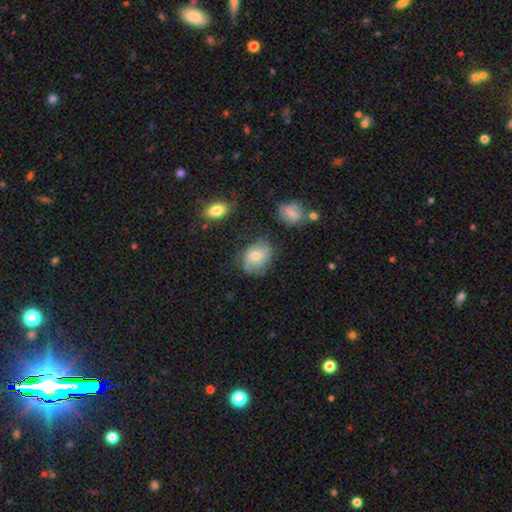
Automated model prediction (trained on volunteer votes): The model was most divided on "how rounded": in between: 53%, round: 46%, cigar-shaped: 1%. More confident: merging — none (55%); smooth or featured — smooth (52%).